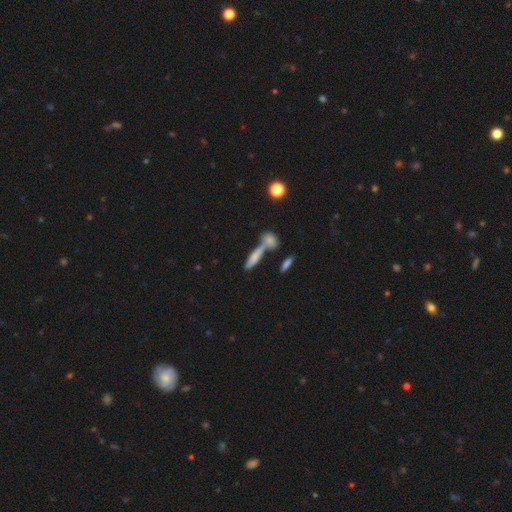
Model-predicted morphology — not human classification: Overall: smooth (65%). How rounded: cigar-shaped (62%; in between 34%). Merging: merger (43%; none 42%).